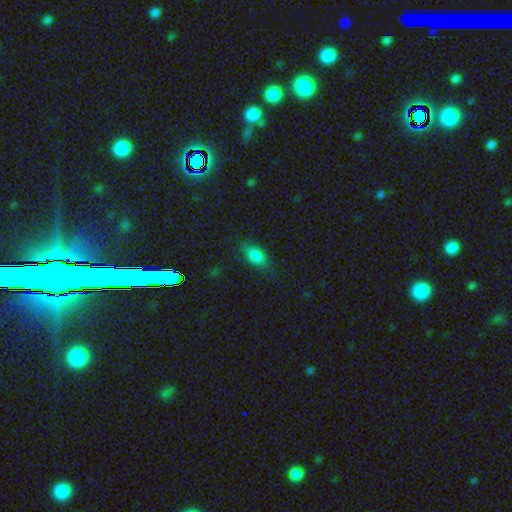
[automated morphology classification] Smooth or featured? Predicted: smooth (p=0.80). How rounded? Predicted: in between (p=0.87). Merging? Predicted: none (p=0.70).